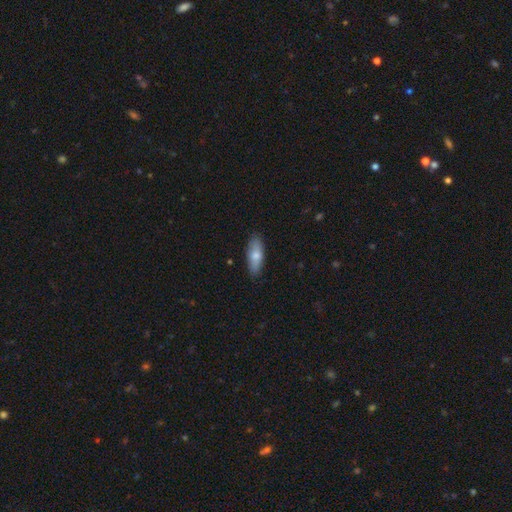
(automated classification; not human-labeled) Morphology: type=smooth (73%); roundness=in between (69%); merging=none (86%).